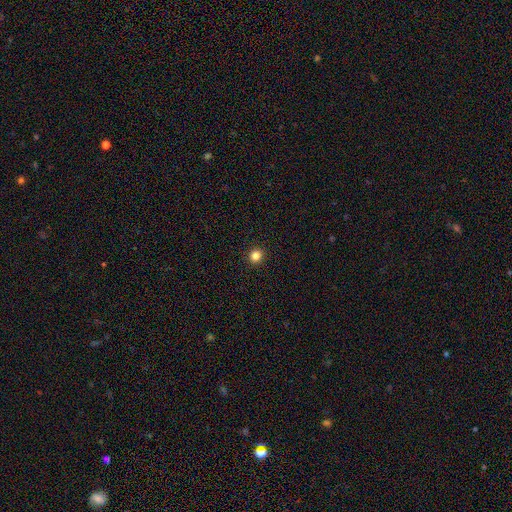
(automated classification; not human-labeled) Smooth or featured? smooth (83%)
How rounded? round (91%)
Merging? none (93%)